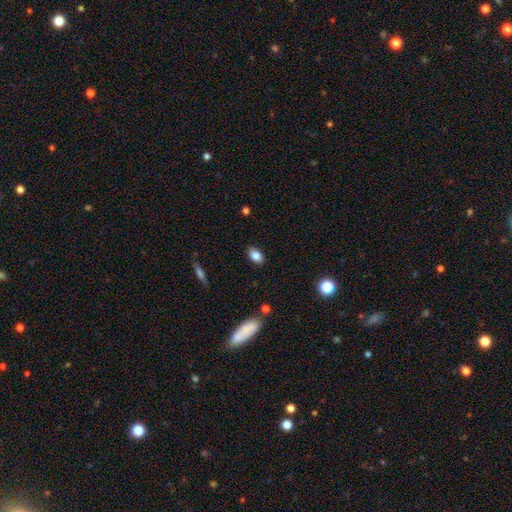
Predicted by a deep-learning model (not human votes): Smooth or featured? smooth (83%)
How rounded? in between (87%)
Merging? none (85%)